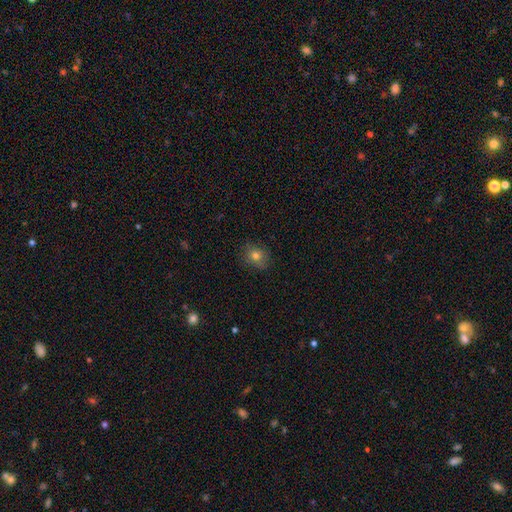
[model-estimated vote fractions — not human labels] This is likely a smooth galaxy (77%). How rounded: likely round (64%). Merging: clearly none (84%).